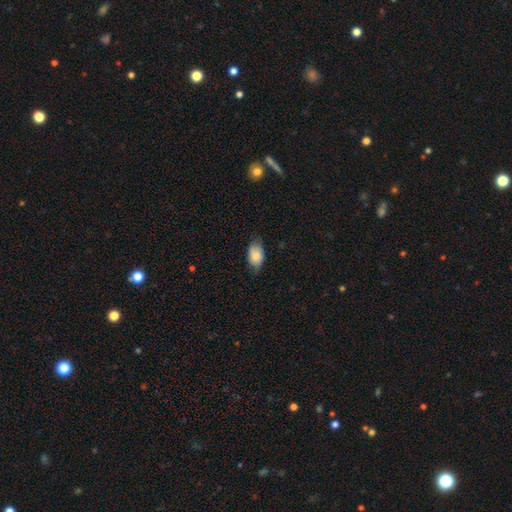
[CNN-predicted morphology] smooth 79%, featured or disk 14%, star or artifact 7%. Down the decision tree: how rounded — in between (92%); merging — none (72%).